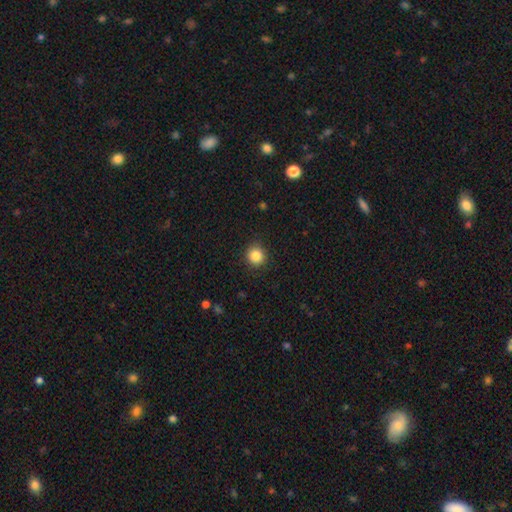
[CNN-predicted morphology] Smooth or featured?
  - smooth: 85% *
  - star or artifact: 10%
  - featured or disk: 4%
How rounded?
  - round: 92% *
  - in between: 7%
  - cigar-shaped: 1%
Merging?
  - none: 90% *
  - minor disturbance: 7%
  - major disturbance: 2%
  - merger: 1%